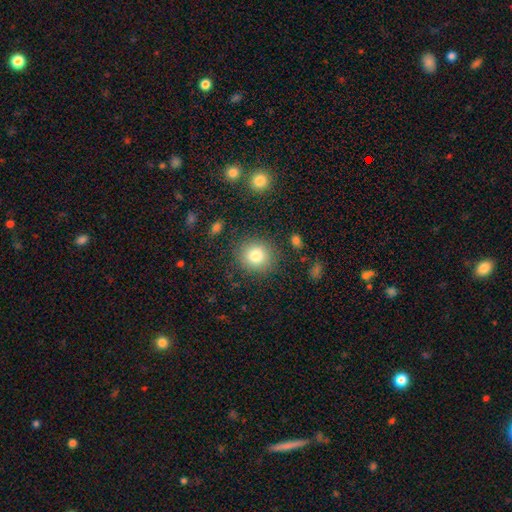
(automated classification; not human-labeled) Overall: smooth (81%). How rounded: round (88%). Merging: none (87%).